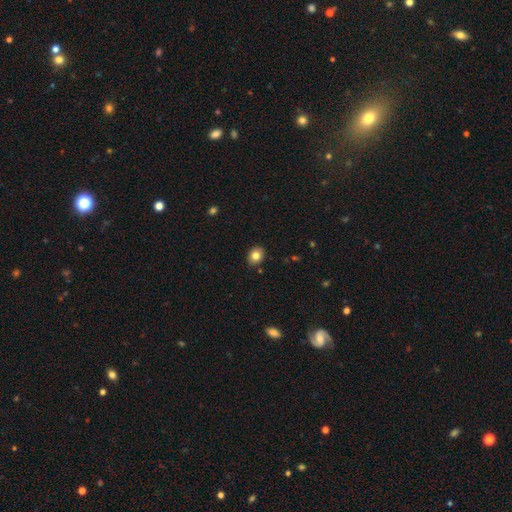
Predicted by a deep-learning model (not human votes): smooth 82%, star or artifact 10%, featured or disk 8%. Down the decision tree: how rounded — round (53%); merging — none (88%).